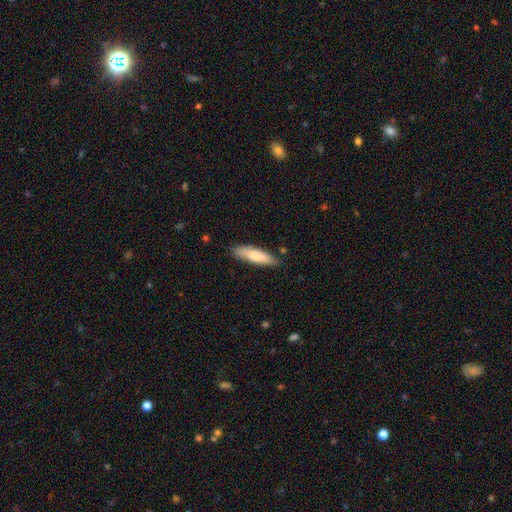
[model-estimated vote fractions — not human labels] Smooth or featured? Predicted: smooth (p=0.77). How rounded? Predicted: cigar-shaped (p=0.68). Merging? Predicted: none (p=0.82).